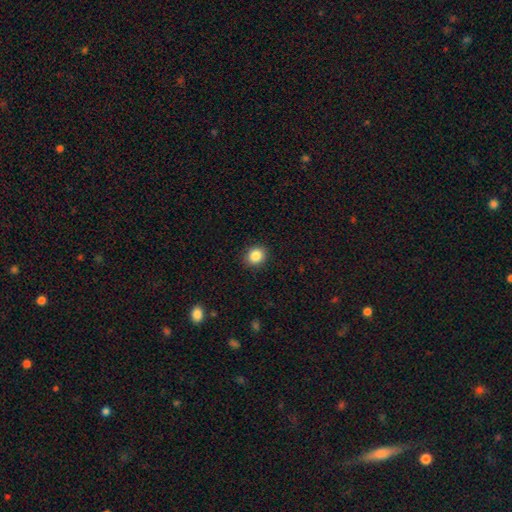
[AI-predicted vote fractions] smooth-or-featured: smooth: 86% | star or artifact: 9% | featured or disk: 5%
  how-rounded: round: 73% | in between: 26% | cigar-shaped: 1%
  merging: none: 90% | minor disturbance: 7% | major disturbance: 2% | merger: 1%